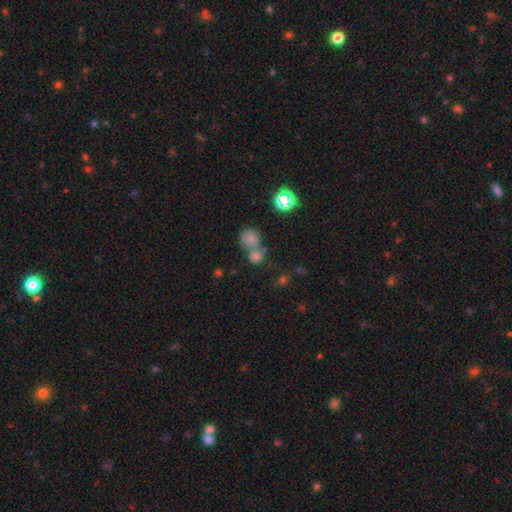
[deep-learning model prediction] Q: Smooth or featured?
A: smooth (66%); runner-up: star or artifact (23%)
Q: How rounded?
A: round (78%); runner-up: in between (21%)
Q: Merging?
A: merger (48%); runner-up: none (40%)